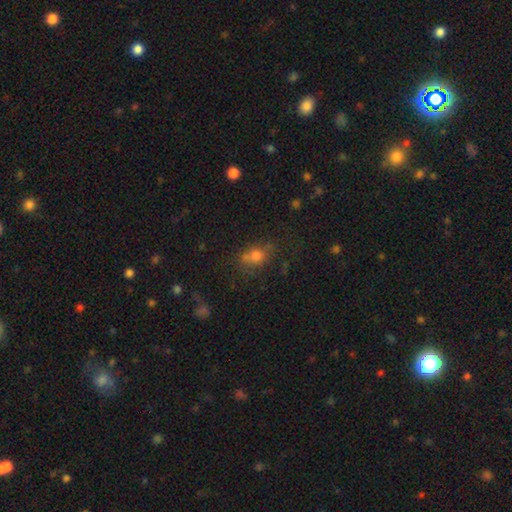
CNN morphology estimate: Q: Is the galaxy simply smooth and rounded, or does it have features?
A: smooth — 70%.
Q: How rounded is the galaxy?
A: round — 50%.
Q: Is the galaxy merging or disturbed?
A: none — 61%.